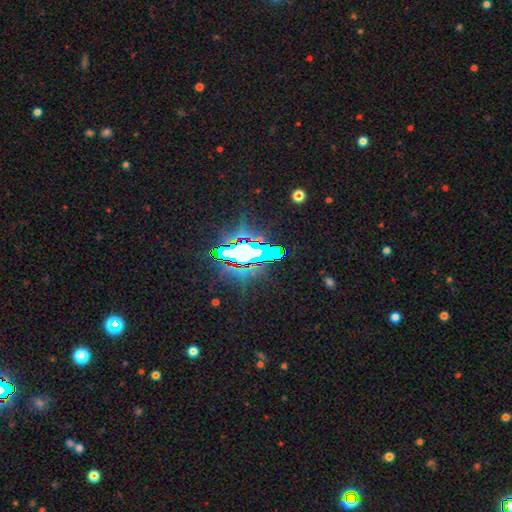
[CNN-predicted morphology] type=star or artifact (82%).